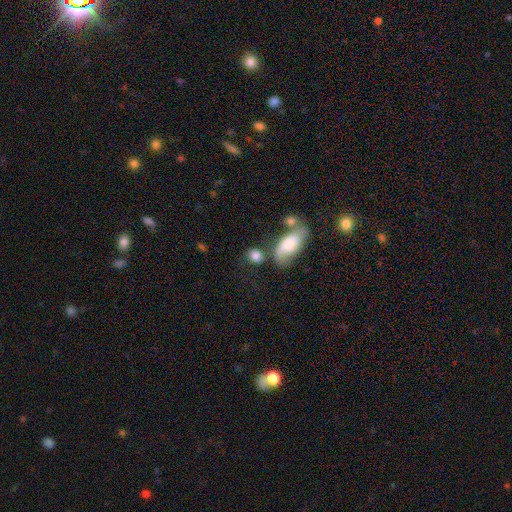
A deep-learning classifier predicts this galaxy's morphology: This is likely a smooth galaxy (78%). How rounded: possibly round (51%). Merging: possibly none (50%).